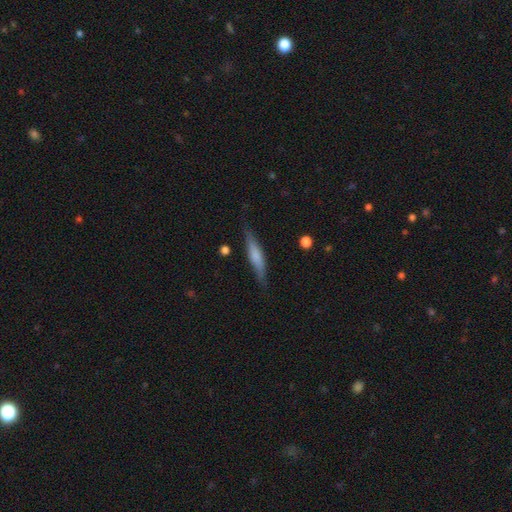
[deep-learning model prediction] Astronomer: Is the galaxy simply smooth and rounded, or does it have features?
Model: smooth — 53% (runner-up: featured or disk, 40%).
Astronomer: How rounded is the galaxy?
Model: cigar-shaped — 84%.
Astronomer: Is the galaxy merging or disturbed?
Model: none — 82%.